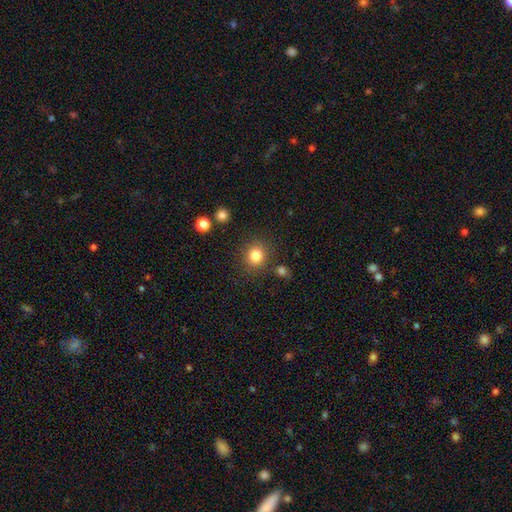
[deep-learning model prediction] Smooth or featured: smooth — 84% (star or artifact — 11%)
How rounded: round — 86% (in between — 14%)
Merging: none — 85% (minor disturbance — 8%)